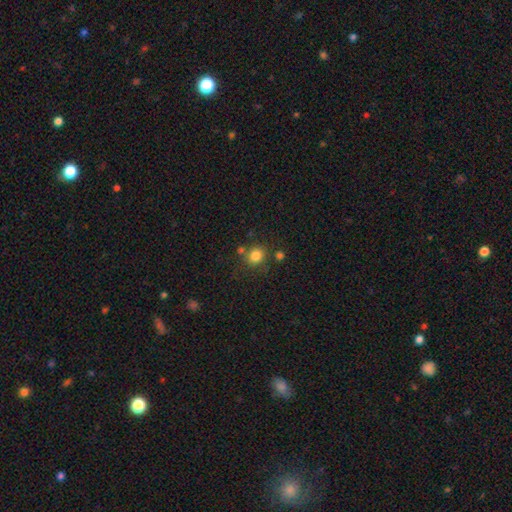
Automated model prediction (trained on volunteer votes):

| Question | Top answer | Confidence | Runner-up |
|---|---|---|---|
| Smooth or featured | smooth | 82% | star or artifact (12%) |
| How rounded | round | 80% | in between (19%) |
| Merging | none | 73% | minor disturbance (12%) |